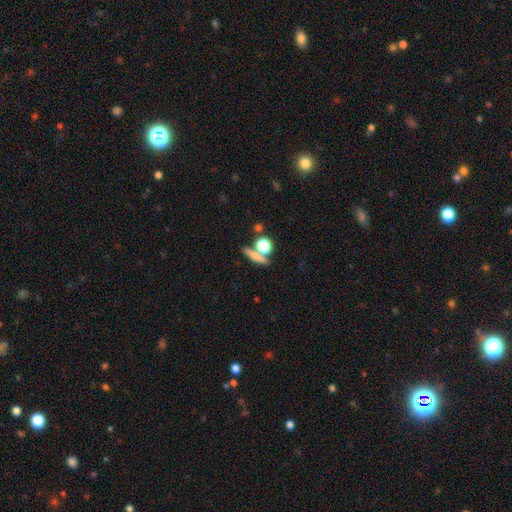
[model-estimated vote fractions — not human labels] Smooth or featured: smooth — 61% (featured or disk — 26%)
How rounded: cigar-shaped — 50% (round — 27%)
Merging: none — 66% (merger — 21%)